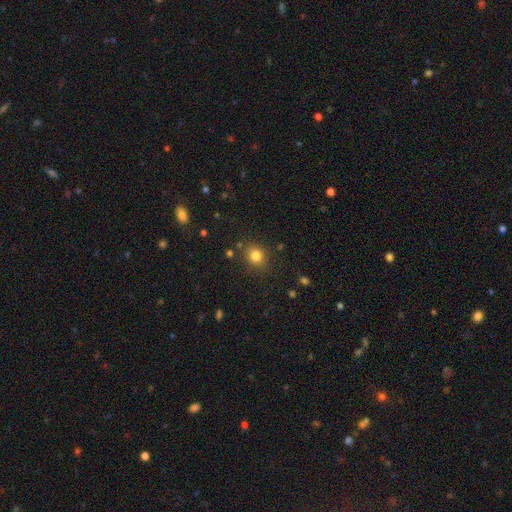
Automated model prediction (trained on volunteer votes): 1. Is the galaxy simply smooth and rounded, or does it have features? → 81% smooth, 13% star or artifact, 6% featured or disk.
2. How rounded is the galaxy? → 77% round, 22% in between, 1% cigar-shaped.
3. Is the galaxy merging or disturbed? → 83% none, 11% minor disturbance, 3% major disturbance, 3% merger.